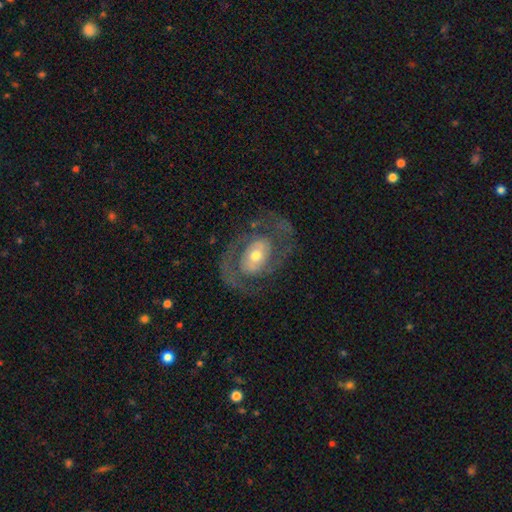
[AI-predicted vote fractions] This is clearly a featured or disk galaxy (83%). It is clearly not viewed edge-on (96%). Bar: possibly no (54%). Spiral arm pattern: clearly yes (84%). Spiral arm count: clearly 2 (83%). Spiral winding: possibly medium (48%). Central bulge: likely moderate (62%). Merging: likely none (74%).